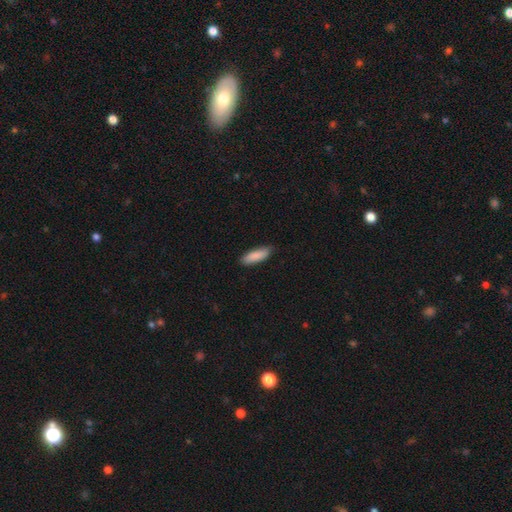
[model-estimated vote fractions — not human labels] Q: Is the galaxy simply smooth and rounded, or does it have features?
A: smooth — 89%.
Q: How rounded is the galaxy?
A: in between — 54%.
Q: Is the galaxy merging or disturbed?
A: none — 85%.